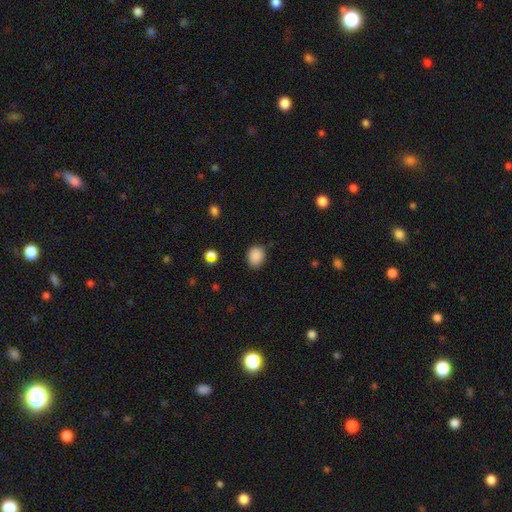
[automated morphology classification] A smooth galaxy with no disk features (87%) that is round (50%).

Vote fractions:
- Smooth or featured? smooth: 87% / star or artifact: 9% / featured or disk: 3%
- How rounded? round: 50% / in between: 49% / cigar-shaped: 1%
- Merging? none: 83% / minor disturbance: 13% / major disturbance: 3% / merger: 1%